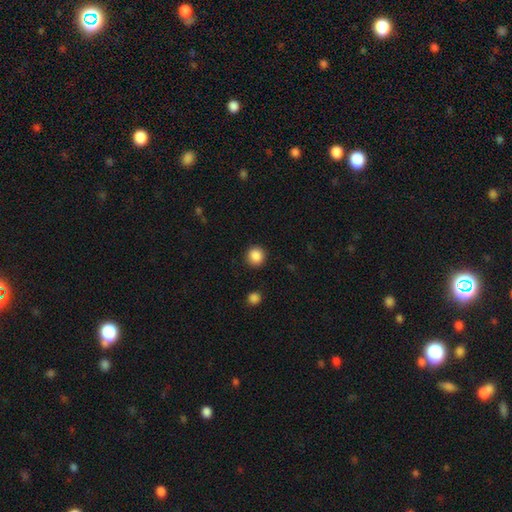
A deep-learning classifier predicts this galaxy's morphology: A smooth galaxy with no disk features (87%) that is round (93%).

Vote fractions:
- Smooth or featured? smooth: 87% / star or artifact: 9% / featured or disk: 3%
- How rounded? round: 93% / in between: 6% / cigar-shaped: 1%
- Merging? none: 92% / minor disturbance: 5% / major disturbance: 2% / merger: 1%